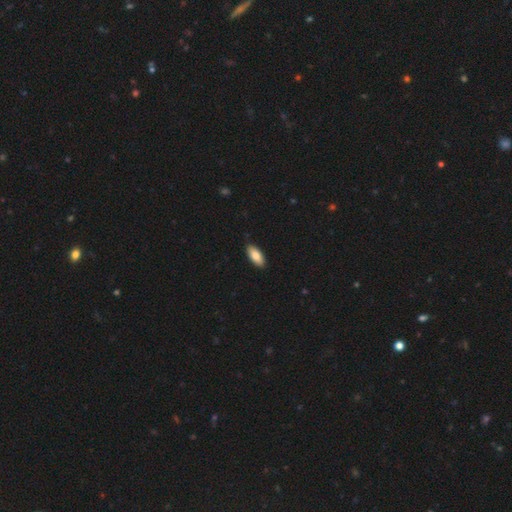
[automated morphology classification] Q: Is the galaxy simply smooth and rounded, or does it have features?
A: smooth — 84%.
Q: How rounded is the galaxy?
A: in between — 87%.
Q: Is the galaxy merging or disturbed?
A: none — 89%.